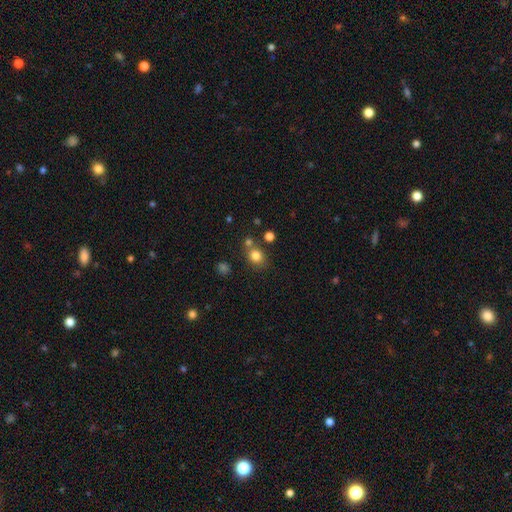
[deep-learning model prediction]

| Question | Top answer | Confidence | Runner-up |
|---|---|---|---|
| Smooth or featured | smooth | 80% | star or artifact (13%) |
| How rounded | round | 70% | in between (29%) |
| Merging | none | 68% | merger (17%) |